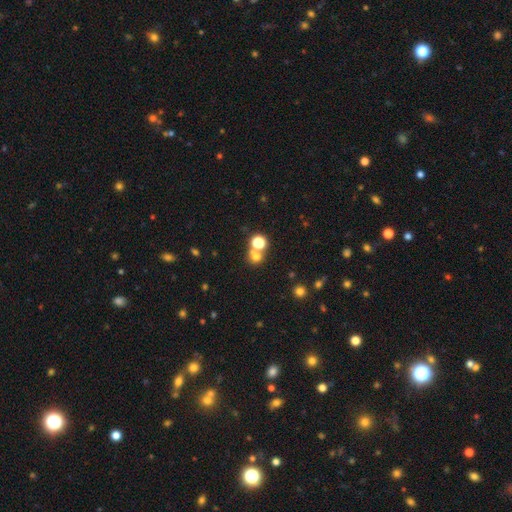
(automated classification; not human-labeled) Q: Smooth or featured?
A: smooth (65%); runner-up: star or artifact (24%)
Q: How rounded?
A: round (81%); runner-up: in between (18%)
Q: Merging?
A: none (50%); runner-up: merger (40%)